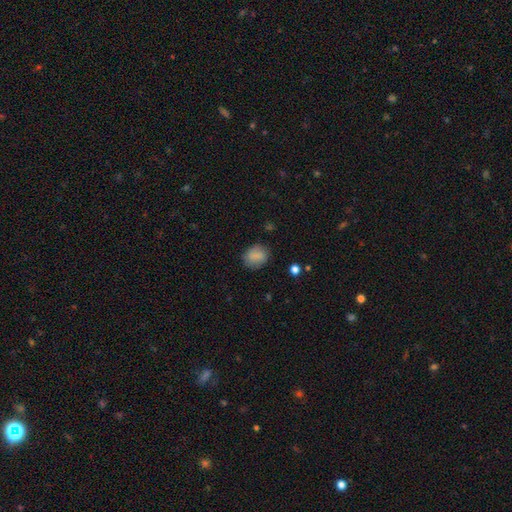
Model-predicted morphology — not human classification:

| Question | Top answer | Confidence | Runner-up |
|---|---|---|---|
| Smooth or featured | smooth | 83% | star or artifact (9%) |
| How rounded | round | 52% | in between (46%) |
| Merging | none | 80% | minor disturbance (15%) |